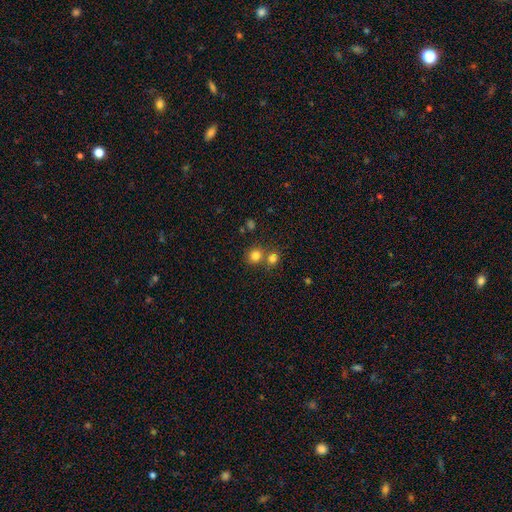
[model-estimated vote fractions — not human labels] Overall: smooth (79%). How rounded: round (82%). Merging: none (57%; merger 34%).